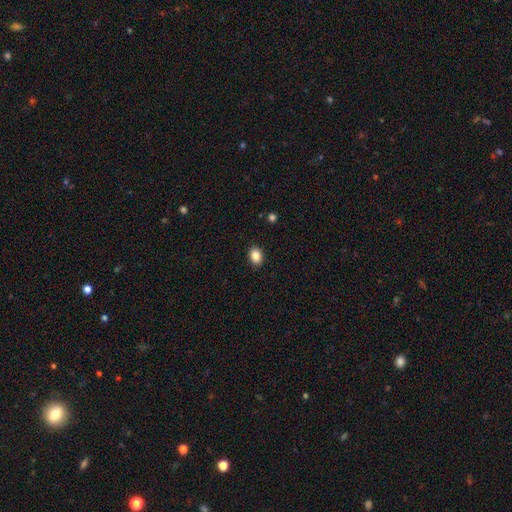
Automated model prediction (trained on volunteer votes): smooth-or-featured: smooth: 86% | star or artifact: 9% | featured or disk: 5%
  how-rounded: in between: 71% | round: 28% | cigar-shaped: 1%
  merging: none: 90% | minor disturbance: 7% | major disturbance: 2% | merger: 1%